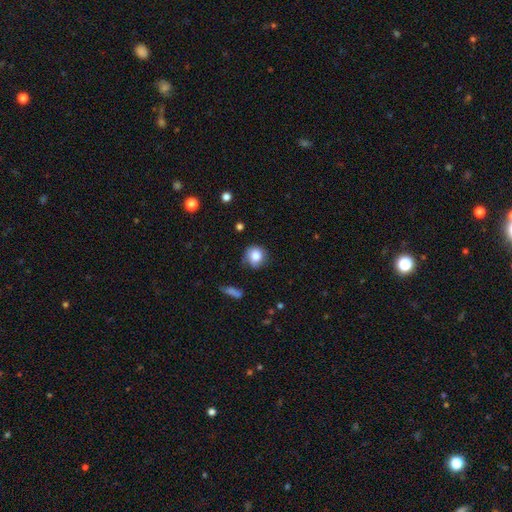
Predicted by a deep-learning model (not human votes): The model was most divided on "merging": none: 75%, minor disturbance: 18%, major disturbance: 4%, merger: 2%. More confident: how rounded — round (89%); smooth or featured — smooth (80%).